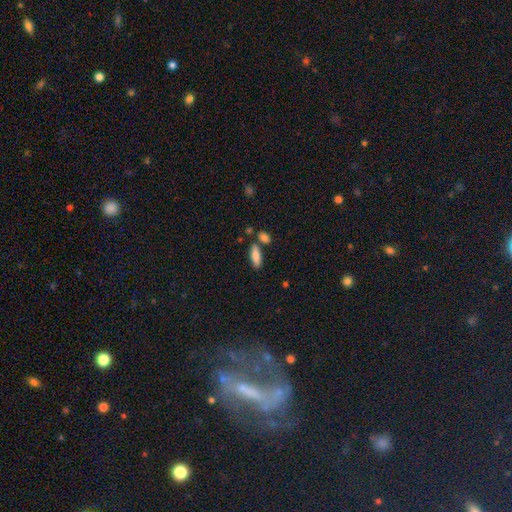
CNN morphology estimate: Q: Smooth or featured?
A: smooth (85%); runner-up: featured or disk (8%)
Q: How rounded?
A: in between (67%); runner-up: cigar-shaped (31%)
Q: Merging?
A: none (72%); runner-up: merger (14%)